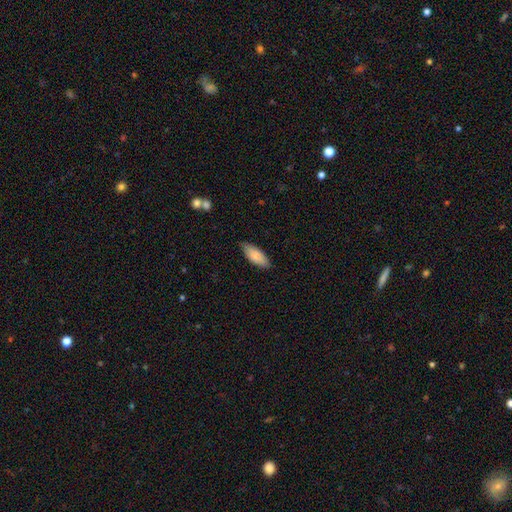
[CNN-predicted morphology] Smooth or featured: smooth — 82% (featured or disk — 12%)
How rounded: in between — 80% (cigar-shaped — 18%)
Merging: none — 81% (minor disturbance — 16%)